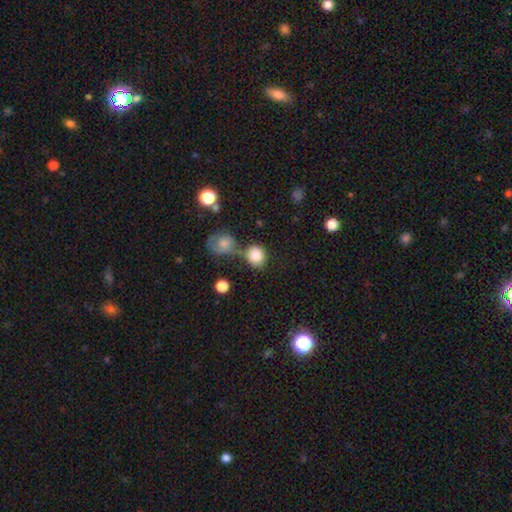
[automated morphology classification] Smooth or featured? Predicted: smooth (p=0.84). How rounded? Predicted: round (p=0.77). Merging? Predicted: none (p=0.66).